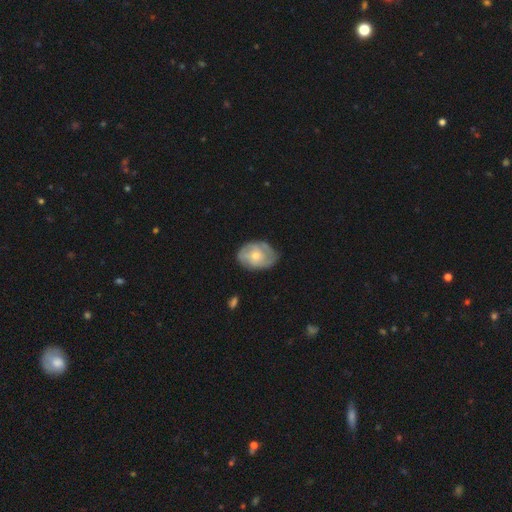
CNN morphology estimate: smooth_or_featured: featured or disk (p=0.58) [alt: smooth p=0.36]
disk_edge_on: no (p=0.96) [alt: yes p=0.04]
bar: no (p=0.77) [alt: weak p=0.20]
has_spiral_arms: yes (p=0.76) [alt: no p=0.24]
bulge_size: small (p=0.48) [tied with: moderate p=0.48]
merging: none (p=0.70) [alt: minor disturbance p=0.23]